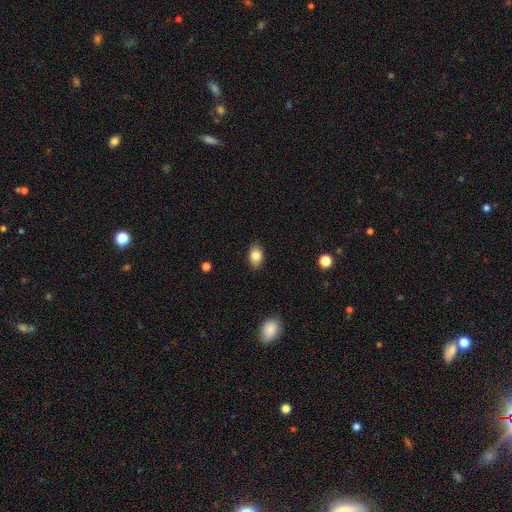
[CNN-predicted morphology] Overall: smooth (84%). How rounded: in between (85%). Merging: none (87%).